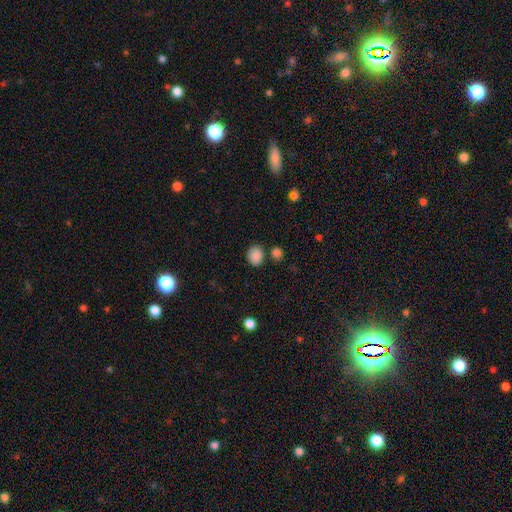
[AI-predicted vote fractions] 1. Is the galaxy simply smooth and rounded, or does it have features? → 86% smooth, 10% star or artifact, 4% featured or disk.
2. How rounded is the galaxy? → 55% round, 44% in between, 1% cigar-shaped.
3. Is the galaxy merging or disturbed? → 78% none, 12% minor disturbance, 7% merger, 3% major disturbance.